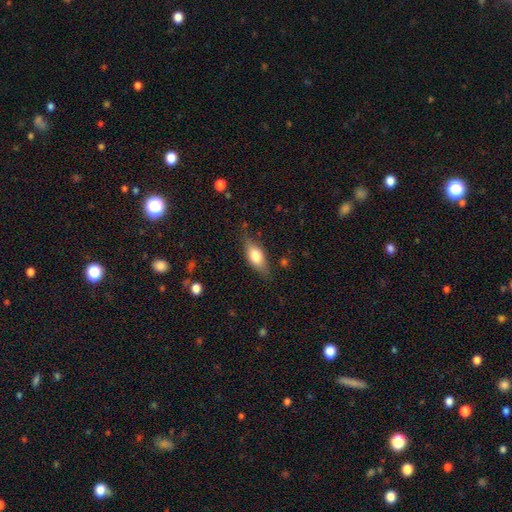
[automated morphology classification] Smooth or featured? Predicted: smooth (p=0.65). How rounded? Predicted: in between (p=0.74). Merging? Predicted: none (p=0.78).